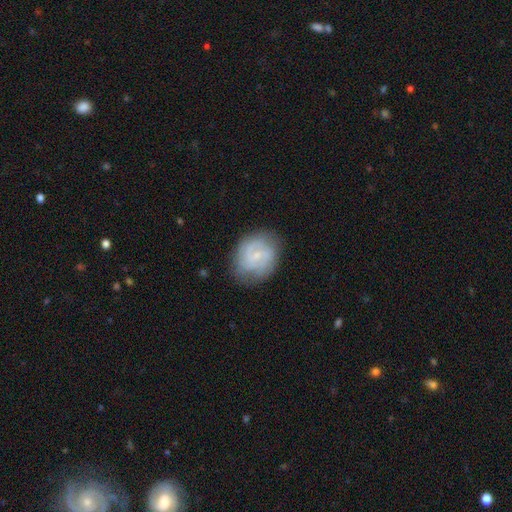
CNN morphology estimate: smooth_or_featured: featured or disk (p=0.71) [alt: smooth p=0.22]
disk_edge_on: no (p=0.98) [alt: yes p=0.02]
bar: no (p=0.47) [alt: weak p=0.46]
has_spiral_arms: yes (p=0.91) [alt: no p=0.09]
spiral_winding: tight (p=0.47) [alt: medium p=0.41]
spiral_arm_count: 2 (p=0.48) [alt: can't tell p=0.25]
bulge_size: small (p=0.74) [alt: moderate p=0.15]
merging: none (p=0.77) [alt: minor disturbance p=0.16]